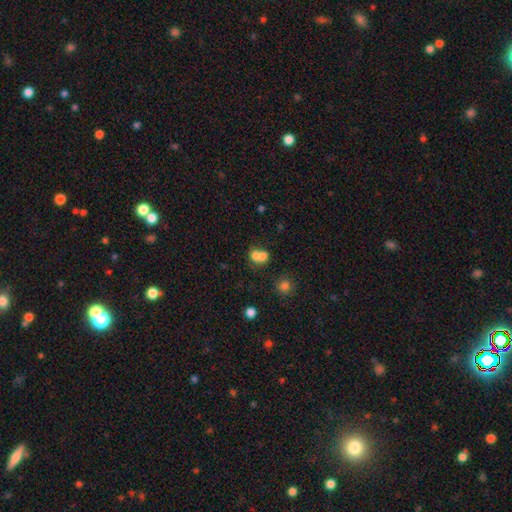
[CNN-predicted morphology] type=smooth (71%); roundness=round (62%); merging=merger (65%).